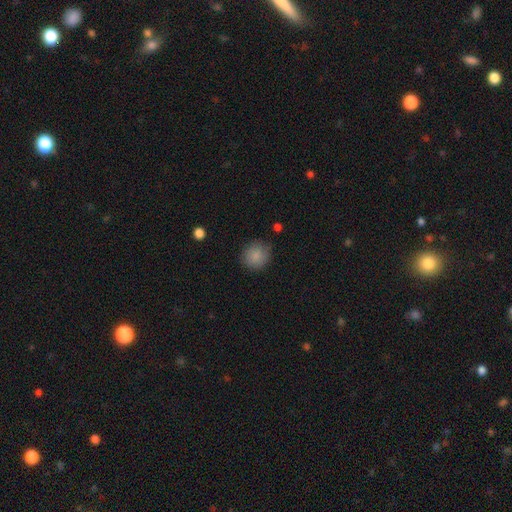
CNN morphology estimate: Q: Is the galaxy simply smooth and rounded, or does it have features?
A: smooth — 87%.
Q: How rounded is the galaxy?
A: round — 87%.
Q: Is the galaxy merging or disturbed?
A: none — 83%.